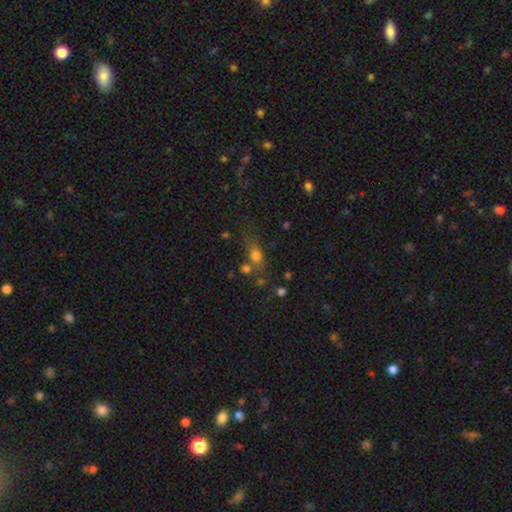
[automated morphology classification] A smooth galaxy with no disk features (68%) that is in between round and cigar-shaped (54%).

Vote fractions:
- Smooth or featured? smooth: 68% / star or artifact: 17% / featured or disk: 15%
- How rounded? in between: 54% / round: 32% / cigar-shaped: 15%
- Merging? none: 53% / merger: 19% / minor disturbance: 17% / major disturbance: 10%